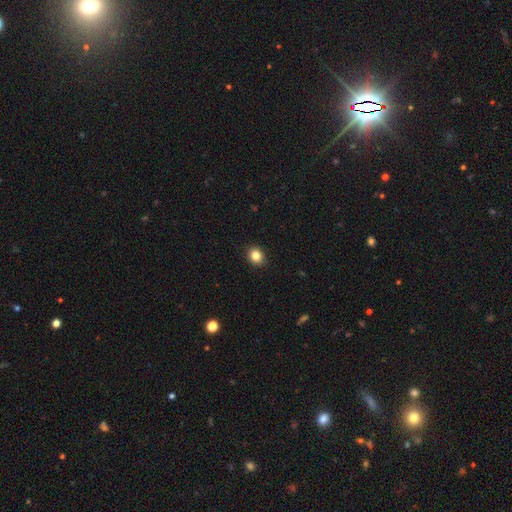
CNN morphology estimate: This is clearly a smooth galaxy (83%). How rounded: likely round (66%). Merging: clearly none (90%).